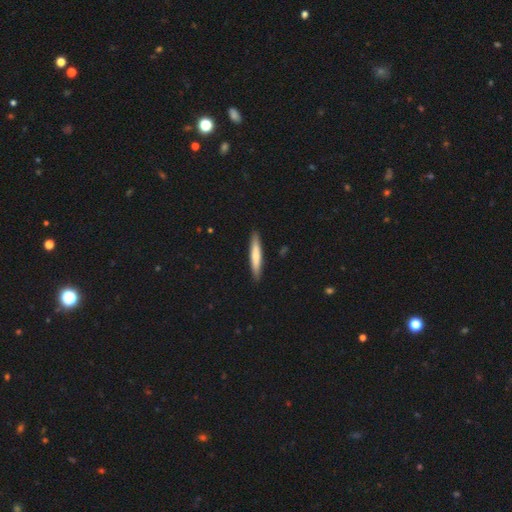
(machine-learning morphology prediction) smooth_or_featured: smooth (p=0.64) [alt: featured or disk p=0.31]
how_rounded: cigar-shaped (p=0.92) [alt: in between p=0.07]
merging: none (p=0.90) [alt: minor disturbance p=0.07]